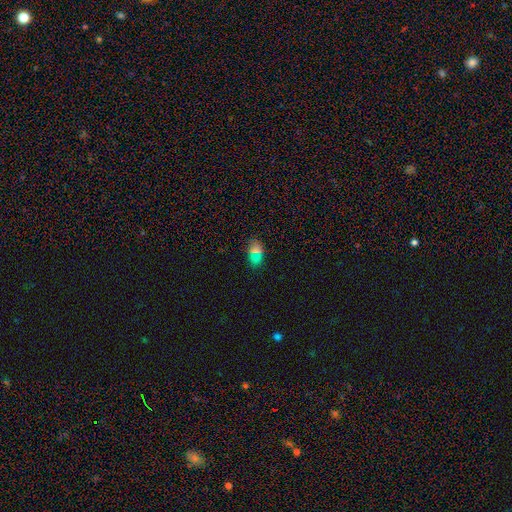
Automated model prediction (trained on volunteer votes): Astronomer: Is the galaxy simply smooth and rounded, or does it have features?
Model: smooth — 67%.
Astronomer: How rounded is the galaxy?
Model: in between — 89%.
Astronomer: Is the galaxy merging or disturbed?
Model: none — 82%.